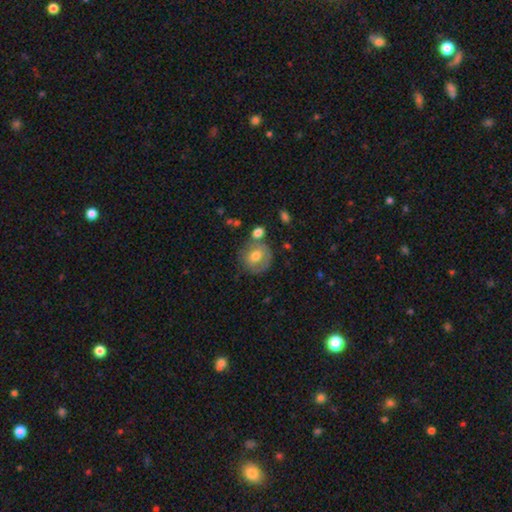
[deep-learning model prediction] Smooth or featured? Predicted: smooth (p=0.64). How rounded? Predicted: round (p=0.79). Merging? Predicted: none (p=0.58).